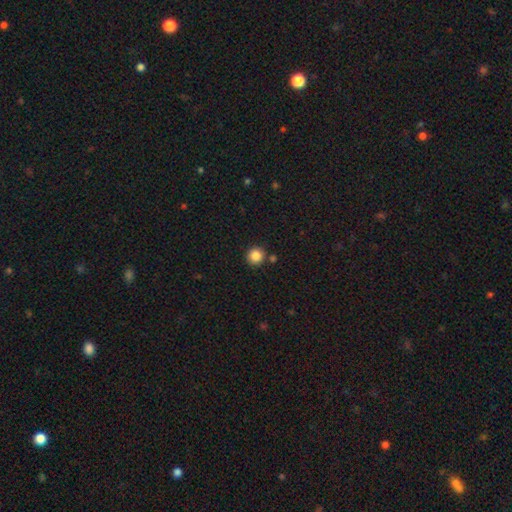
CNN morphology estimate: This appears to be a smooth galaxy with no disk features (86%) that is round (93%). Merging: none (86%).